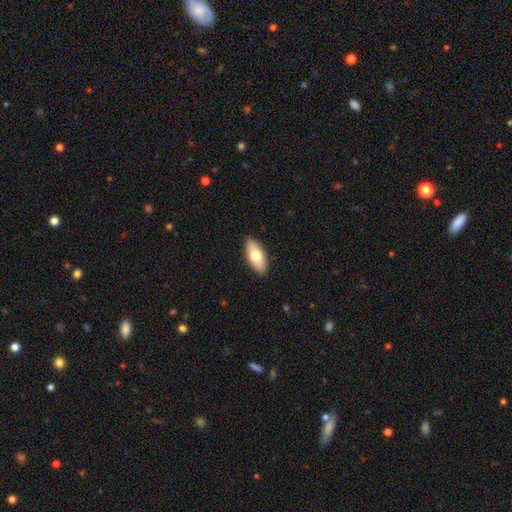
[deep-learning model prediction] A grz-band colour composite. It shows a smooth galaxy with no disk features (73%) that is in between round and cigar-shaped (85%). Merging: none (89%).